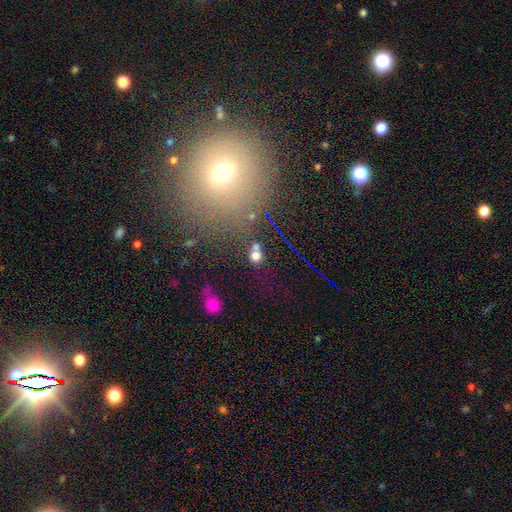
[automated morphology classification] Overall: smooth (72%). How rounded: round (67%; in between 31%). Merging: none (52%; merger 28%).